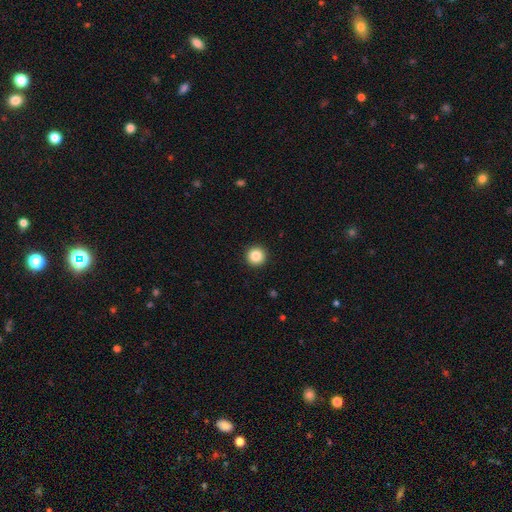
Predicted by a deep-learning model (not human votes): Smooth or featured?
  - smooth: 86% *
  - star or artifact: 10%
  - featured or disk: 4%
How rounded?
  - round: 96% *
  - in between: 3%
  - cigar-shaped: 1%
Merging?
  - none: 94% *
  - minor disturbance: 4%
  - major disturbance: 1%
  - merger: 1%